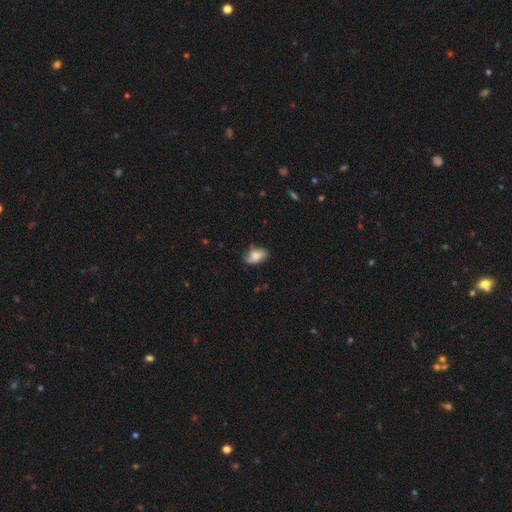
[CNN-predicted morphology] This is likely a smooth galaxy (67%). How rounded: clearly in between (86%). Merging: possibly none (58%).